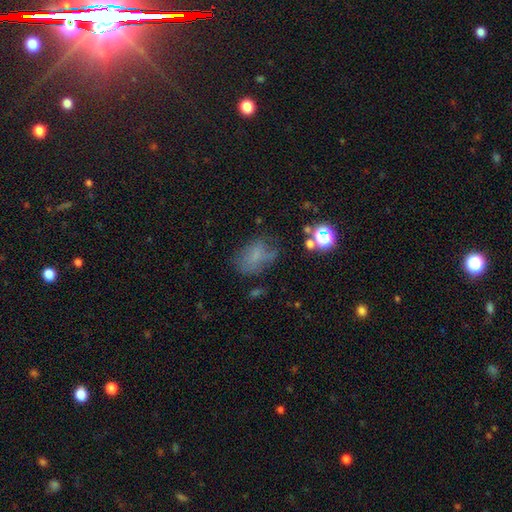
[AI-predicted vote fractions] Q: Smooth or featured?
A: smooth (53%); runner-up: featured or disk (26%)
Q: How rounded?
A: in between (76%); runner-up: round (22%)
Q: Merging?
A: none (46%); runner-up: minor disturbance (27%)